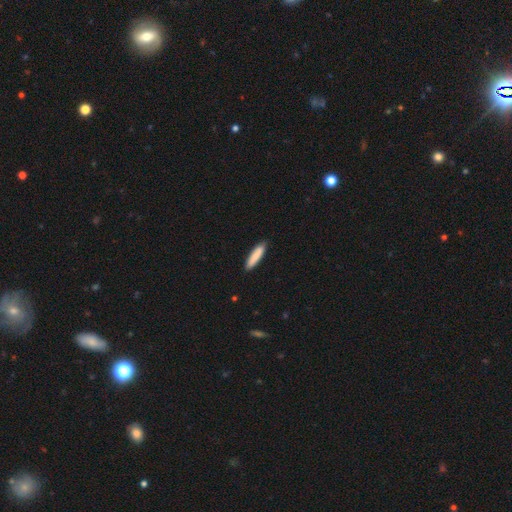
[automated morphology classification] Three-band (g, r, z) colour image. It shows a smooth galaxy with no disk features (85%) that is cigar-shaped (80%). Merging: none (88%).